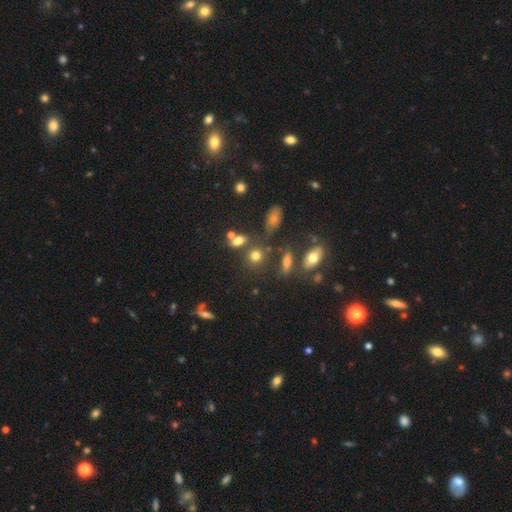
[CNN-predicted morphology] type=smooth (74%); roundness=round (58%); merging=none (62%).